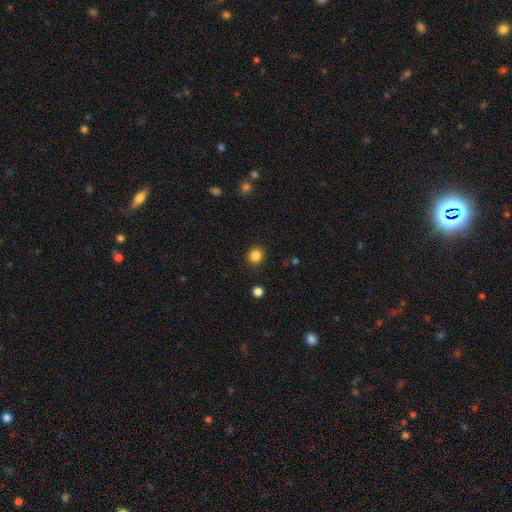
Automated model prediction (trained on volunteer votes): Overall: smooth (84%). How rounded: round (90%). Merging: none (91%).